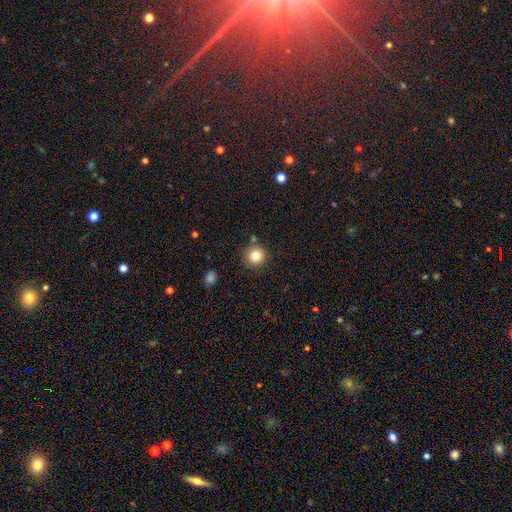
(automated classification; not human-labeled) Smooth or featured? smooth (84%)
How rounded? round (93%)
Merging? none (83%)